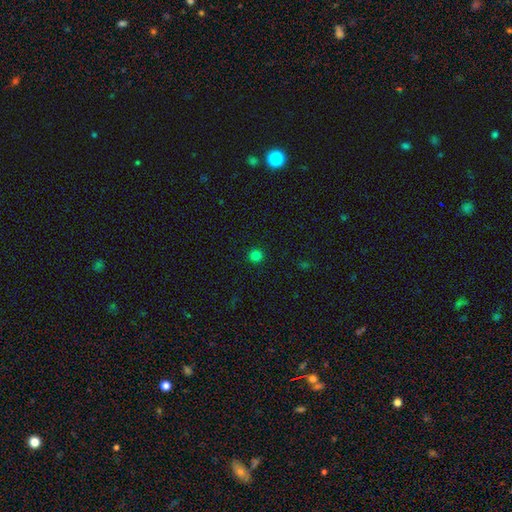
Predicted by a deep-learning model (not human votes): The model was most divided on "smooth or featured": smooth: 80%, star or artifact: 16%, featured or disk: 3%. More confident: how rounded — round (95%); merging — none (92%).